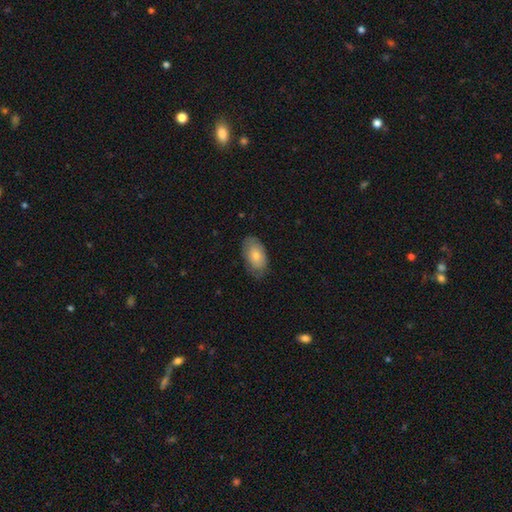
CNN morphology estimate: Smooth or featured?
  - smooth: 63% *
  - featured or disk: 30%
  - star or artifact: 7%
How rounded?
  - in between: 93% *
  - round: 5%
  - cigar-shaped: 2%
Merging?
  - none: 77% *
  - minor disturbance: 18%
  - major disturbance: 4%
  - merger: 1%